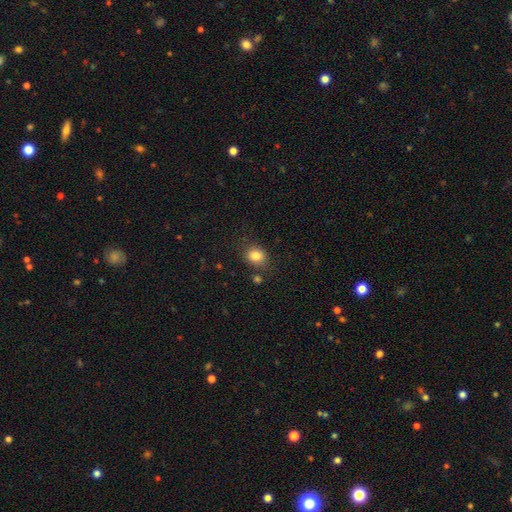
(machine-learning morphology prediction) smooth_or_featured: smooth (p=0.83) [alt: star or artifact p=0.10]
how_rounded: round (p=0.61) [alt: in between p=0.38]
merging: none (p=0.77) [alt: minor disturbance p=0.13]